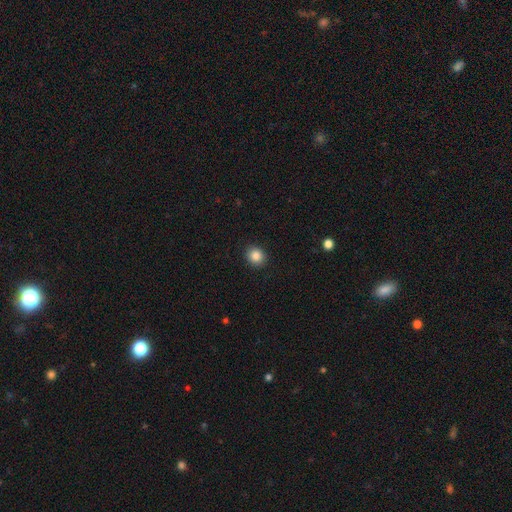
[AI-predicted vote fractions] This appears to be a smooth galaxy with no disk features (86%) that is round (77%). Merging: none (91%).